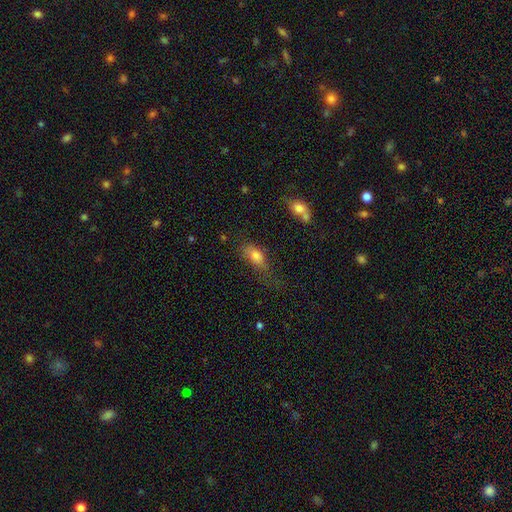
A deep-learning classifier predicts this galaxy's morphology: This is likely a smooth galaxy (77%). How rounded: clearly in between (83%). Merging: marginally none (44%).